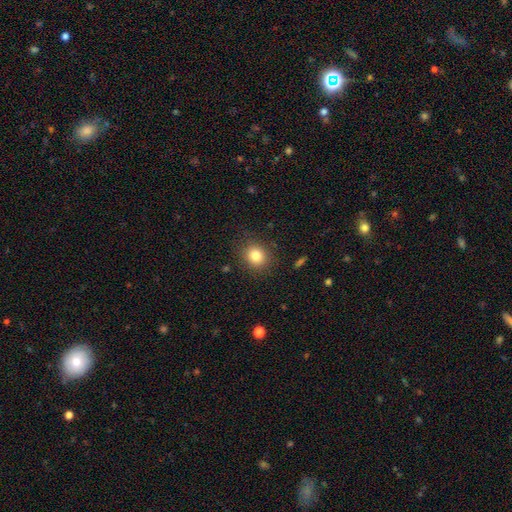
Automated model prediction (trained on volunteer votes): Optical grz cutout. It shows a smooth galaxy with no disk features (82%) that is round (74%). Merging: none (86%).